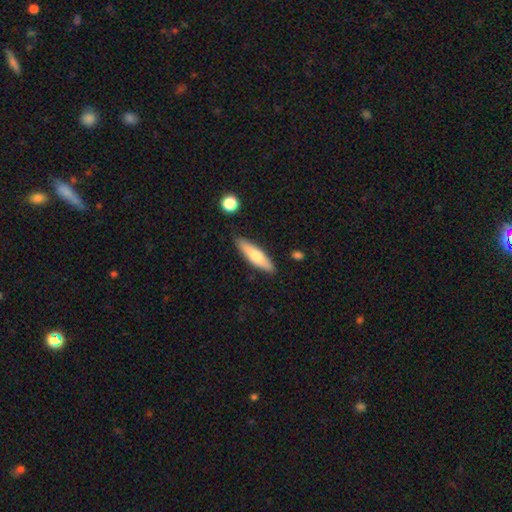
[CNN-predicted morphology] Smooth or featured? smooth (63%)
How rounded? cigar-shaped (67%)
Merging? none (86%)